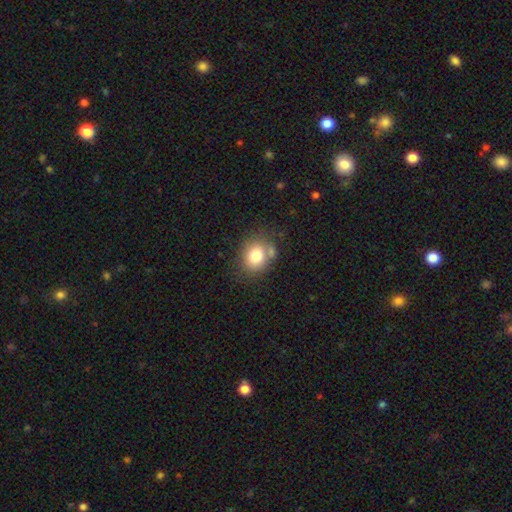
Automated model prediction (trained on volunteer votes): smooth_or_featured: smooth (p=0.78) [alt: featured or disk p=0.11]
how_rounded: round (p=0.61) [alt: in between p=0.38]
merging: none (p=0.64) [alt: minor disturbance p=0.16]